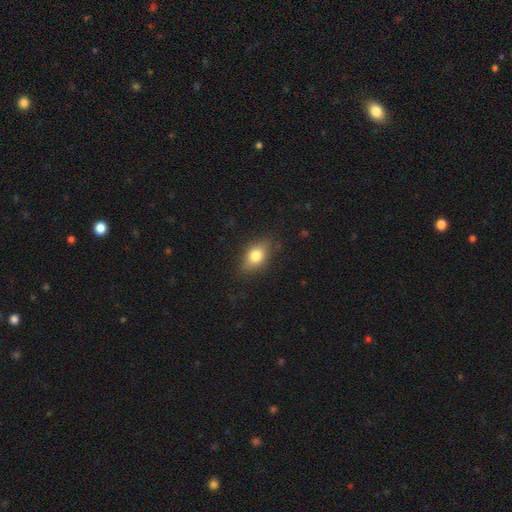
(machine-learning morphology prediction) Smooth or featured: smooth — 76% (featured or disk — 15%)
How rounded: in between — 78% (round — 17%)
Merging: none — 80% (minor disturbance — 15%)